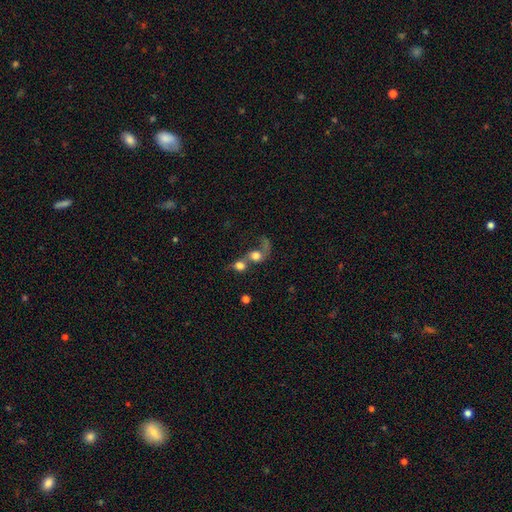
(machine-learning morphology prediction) Smooth or featured? Predicted: smooth (p=0.60). How rounded? Predicted: round (p=0.65). Merging? Predicted: merger (p=0.73).